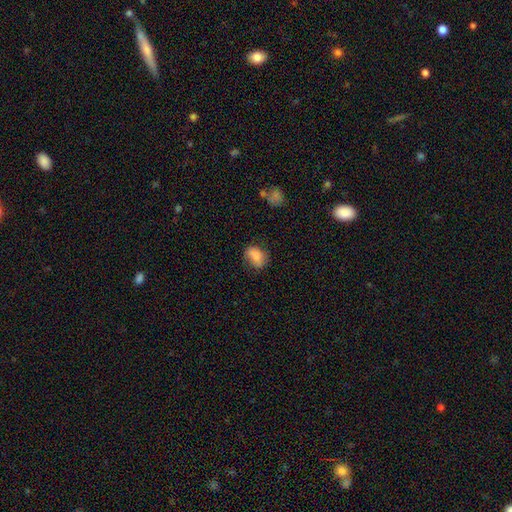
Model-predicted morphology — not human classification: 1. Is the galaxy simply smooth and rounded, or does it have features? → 79% smooth, 12% featured or disk, 9% star or artifact.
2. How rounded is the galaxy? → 71% in between, 28% round, 2% cigar-shaped.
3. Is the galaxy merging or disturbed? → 55% none, 30% minor disturbance, 12% major disturbance, 3% merger.